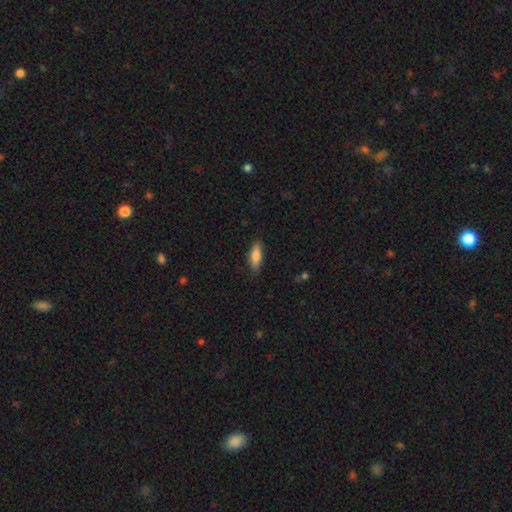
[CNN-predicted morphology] Q: Smooth or featured?
A: smooth (83%); runner-up: featured or disk (10%)
Q: How rounded?
A: in between (62%); runner-up: cigar-shaped (36%)
Q: Merging?
A: none (83%); runner-up: minor disturbance (13%)